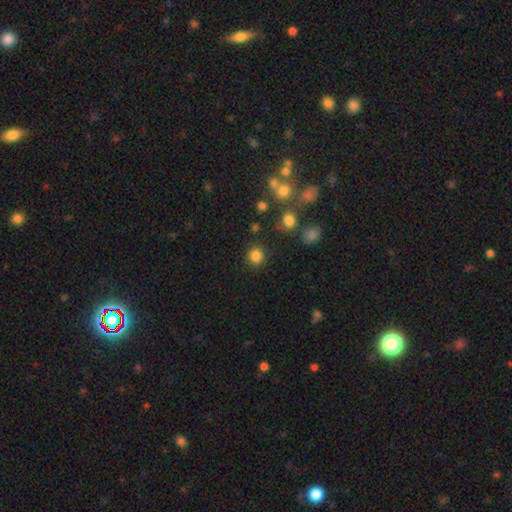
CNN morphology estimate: type=smooth (83%); roundness=round (90%); merging=none (87%).